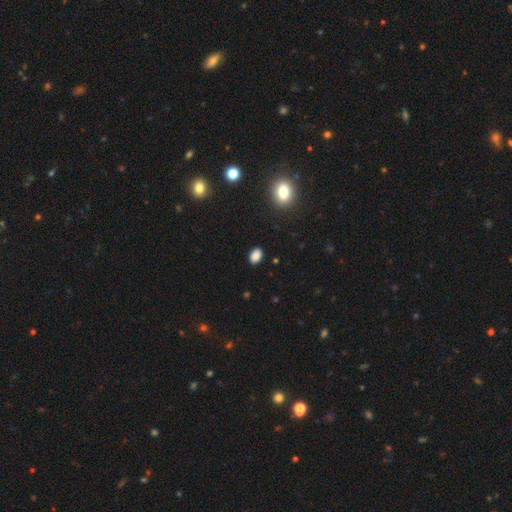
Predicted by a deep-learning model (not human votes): Smooth or featured? smooth (86%)
How rounded? in between (80%)
Merging? none (88%)